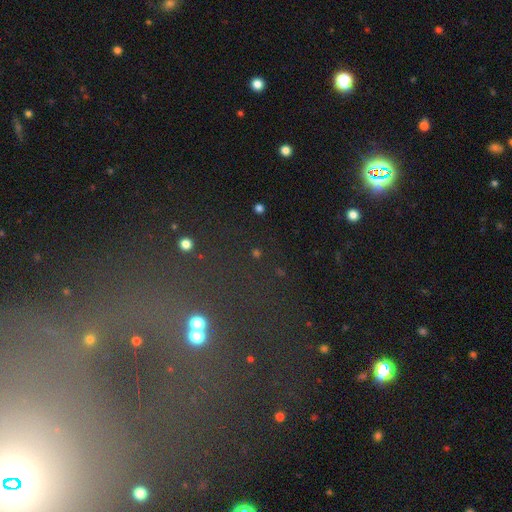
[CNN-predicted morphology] star or artifact 65%, smooth 20%, featured or disk 15%.